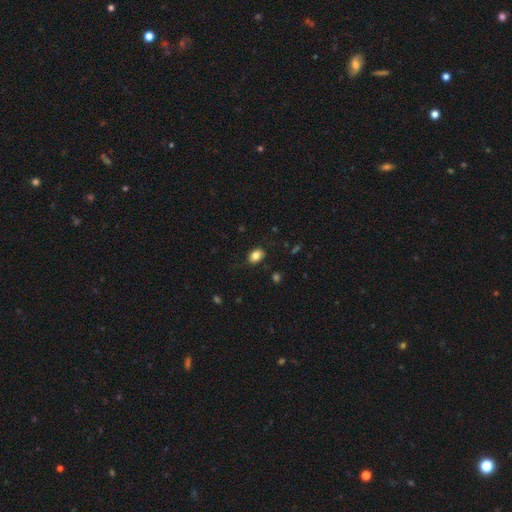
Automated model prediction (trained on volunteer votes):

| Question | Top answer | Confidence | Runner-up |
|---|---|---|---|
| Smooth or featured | smooth | 83% | star or artifact (9%) |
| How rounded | in between | 75% | round (24%) |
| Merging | none | 80% | minor disturbance (16%) |